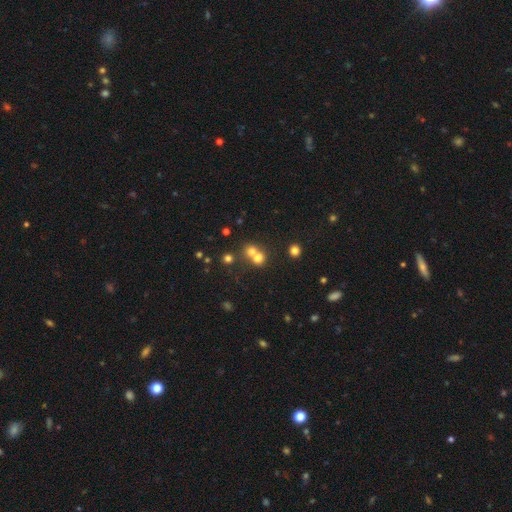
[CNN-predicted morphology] smooth_or_featured: smooth (p=0.69) [alt: star or artifact p=0.16]
how_rounded: round (p=0.80) [alt: in between p=0.19]
merging: merger (p=0.57) [alt: none p=0.35]